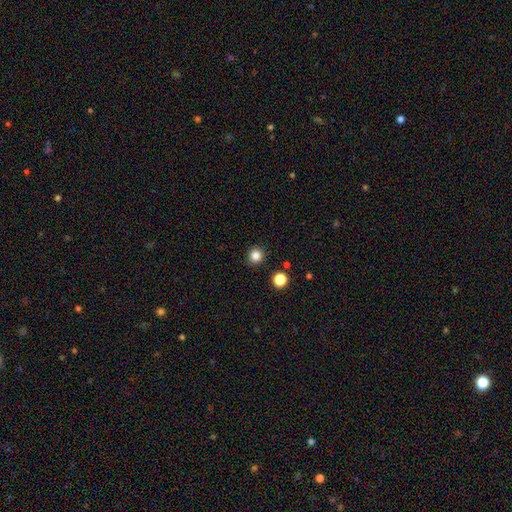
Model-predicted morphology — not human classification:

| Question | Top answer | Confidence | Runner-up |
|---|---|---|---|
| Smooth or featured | smooth | 83% | star or artifact (13%) |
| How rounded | round | 93% | in between (6%) |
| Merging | none | 91% | minor disturbance (5%) |